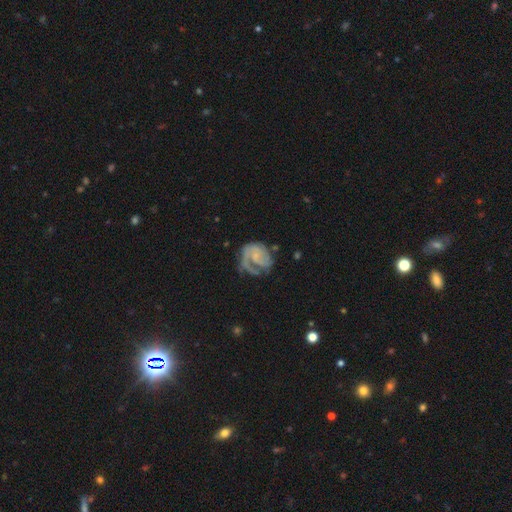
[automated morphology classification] This is likely a featured or disk galaxy (77%). It is clearly not viewed edge-on (98%). Bar: likely no (66%). Spiral arm pattern: clearly yes (91%). Spiral arm count: possibly 1 (46%). Spiral winding: possibly tight (46%). Central bulge: marginally none (44%). Merging: possibly none (49%).